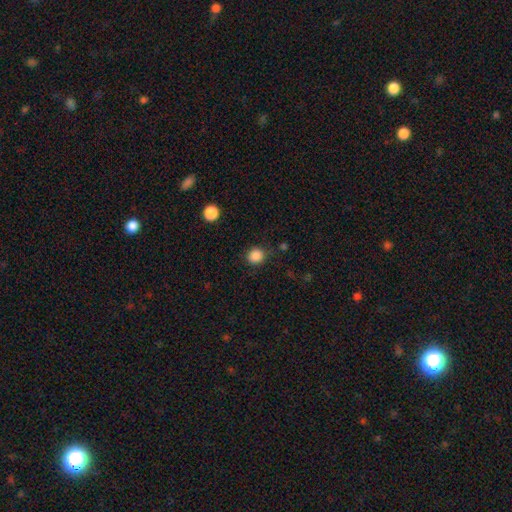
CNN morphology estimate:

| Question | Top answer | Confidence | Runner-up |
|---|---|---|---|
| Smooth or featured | smooth | 86% | star or artifact (11%) |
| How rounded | round | 89% | in between (10%) |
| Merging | none | 85% | minor disturbance (10%) |